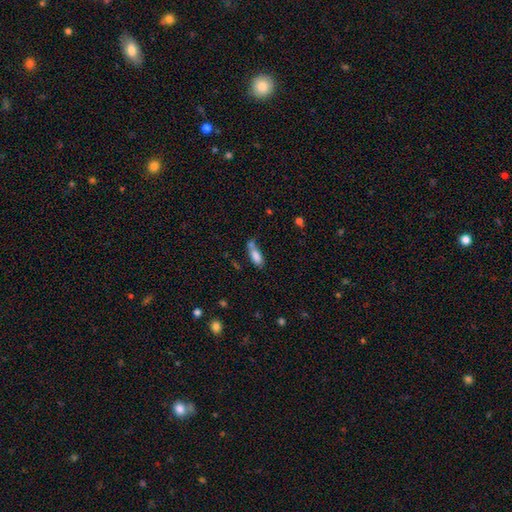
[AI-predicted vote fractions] This is clearly a smooth galaxy (80%). How rounded: likely in between (70%). Merging: marginally none (40%).